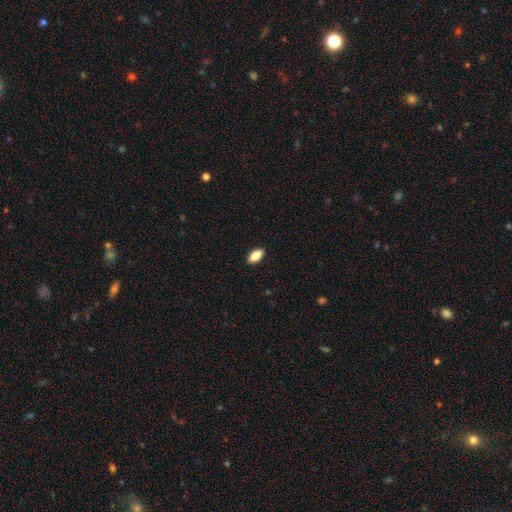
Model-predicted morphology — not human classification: smooth_or_featured: smooth (p=0.82) [alt: featured or disk p=0.11]
how_rounded: in between (p=0.90) [alt: cigar-shaped p=0.06]
merging: none (p=0.89) [alt: minor disturbance p=0.08]